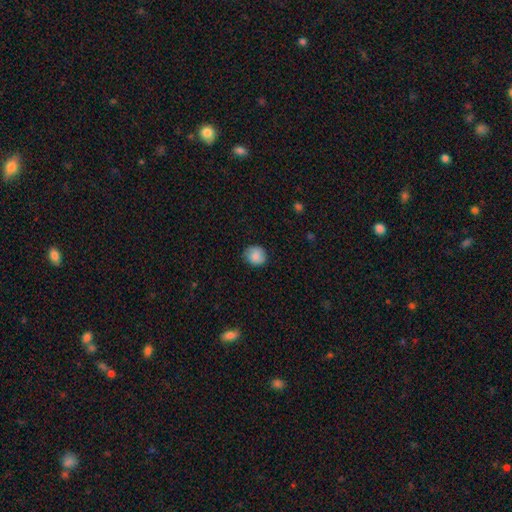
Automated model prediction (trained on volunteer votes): smooth-or-featured: smooth: 85% | star or artifact: 8% | featured or disk: 8%
  how-rounded: round: 80% | in between: 19% | cigar-shaped: 1%
  merging: none: 79% | minor disturbance: 17% | major disturbance: 3% | merger: 1%